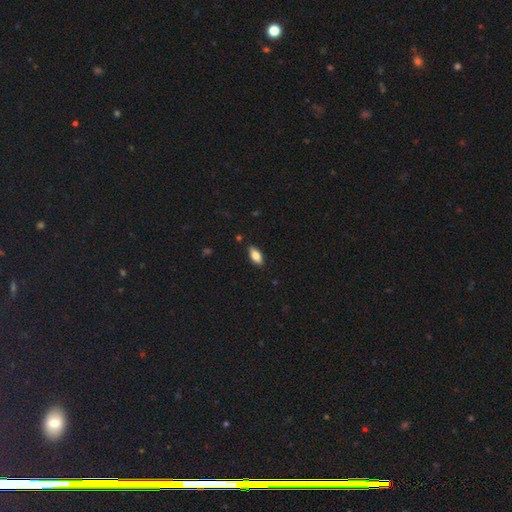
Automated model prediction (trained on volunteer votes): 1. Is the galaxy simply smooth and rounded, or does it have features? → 79% smooth, 14% featured or disk, 7% star or artifact.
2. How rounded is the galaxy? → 86% in between, 12% cigar-shaped, 2% round.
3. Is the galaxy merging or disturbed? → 87% none, 10% minor disturbance, 2% major disturbance, 1% merger.